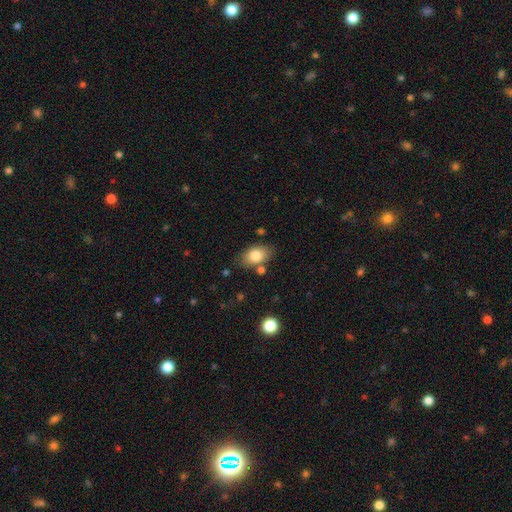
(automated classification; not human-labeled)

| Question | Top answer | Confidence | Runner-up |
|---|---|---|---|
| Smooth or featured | smooth | 81% | featured or disk (11%) |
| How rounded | in between | 86% | round (12%) |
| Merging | none | 75% | minor disturbance (14%) |